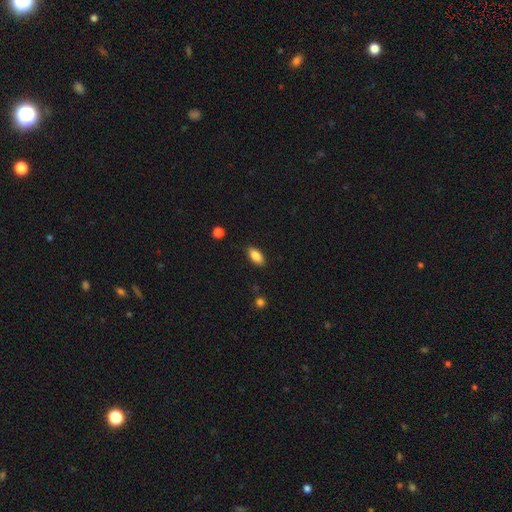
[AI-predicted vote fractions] This appears to be a smooth galaxy with no disk features (86%) that is in between round and cigar-shaped (89%). Merging: none (85%).